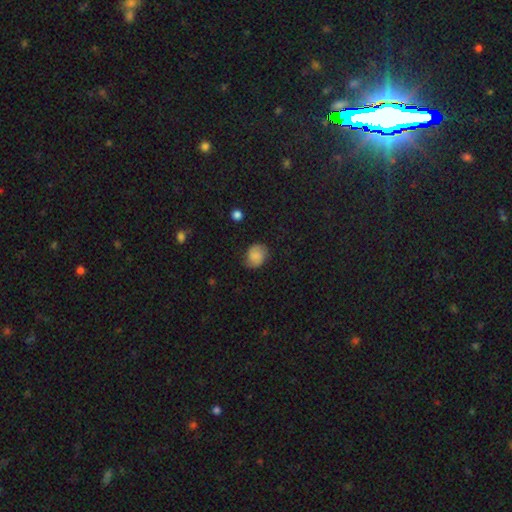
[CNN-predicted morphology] Smooth or featured: smooth — 71% (featured or disk — 19%)
How rounded: round — 55% (in between — 44%)
Merging: none — 75% (minor disturbance — 19%)